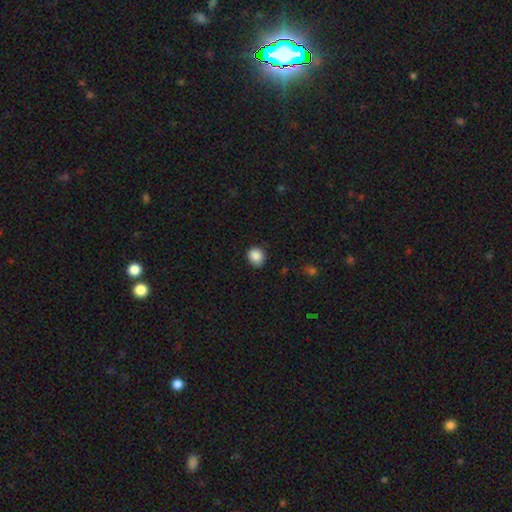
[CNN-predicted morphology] This is clearly a smooth galaxy (88%). How rounded: likely round (73%). Merging: likely none (80%).